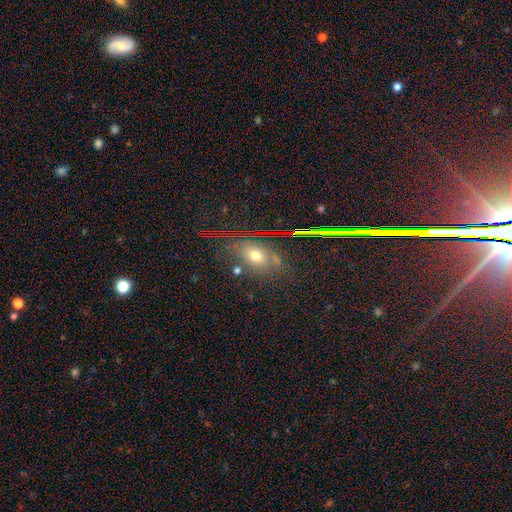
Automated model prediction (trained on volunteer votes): A smooth galaxy with no disk features (56%) that is in between round and cigar-shaped (68%).

Vote fractions:
- Smooth or featured? smooth: 56% / star or artifact: 26% / featured or disk: 18%
- How rounded? in between: 68% / round: 27% / cigar-shaped: 4%
- Merging? none: 74% / minor disturbance: 15% / major disturbance: 6% / merger: 5%